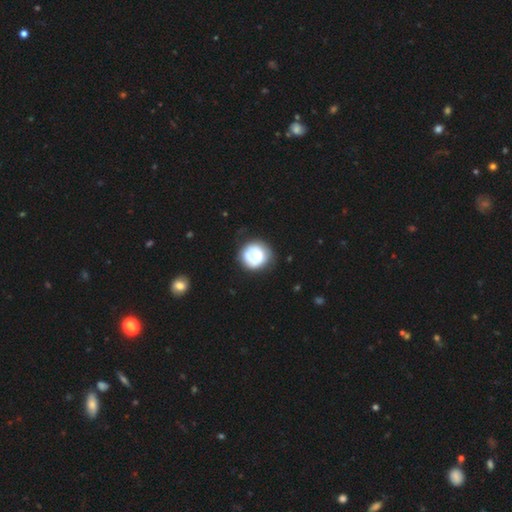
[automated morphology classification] The model was most divided on "smooth or featured": smooth: 55%, featured or disk: 38%, star or artifact: 7%. More confident: how rounded — round (87%); merging — none (58%).